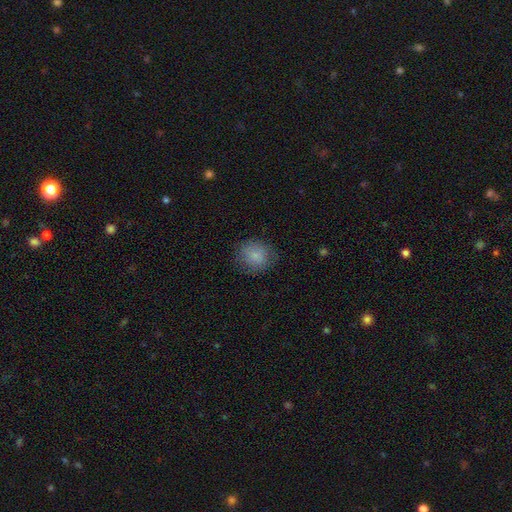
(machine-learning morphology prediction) Q: Smooth or featured?
A: smooth (80%); runner-up: featured or disk (11%)
Q: How rounded?
A: round (82%); runner-up: in between (17%)
Q: Merging?
A: none (77%); runner-up: minor disturbance (16%)